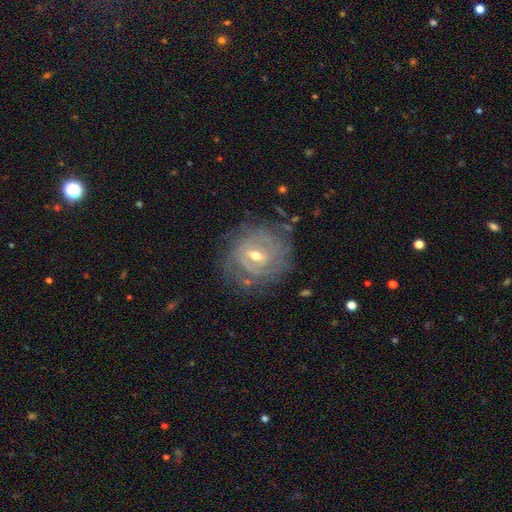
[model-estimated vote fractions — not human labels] Morphology: type=featured or disk (85%); edge-on=no (96%); bar=weak (54%); spiral arms=yes (91%); winding=tight (77%); arm count=can't tell (42%); bulge=moderate (61%); merging=none (73%).